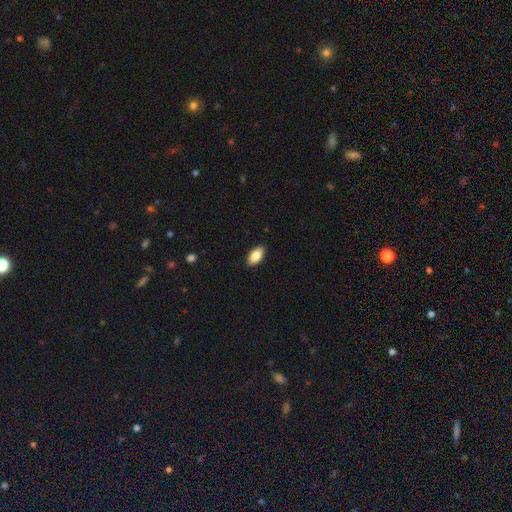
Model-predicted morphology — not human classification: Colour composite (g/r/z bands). It shows a smooth galaxy with no disk features (85%) that is in between round and cigar-shaped (93%). Merging: none (89%).